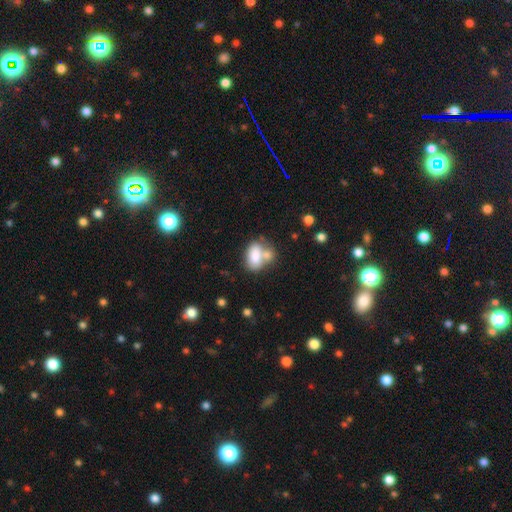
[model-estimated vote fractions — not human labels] Smooth or featured?
  - smooth: 78% *
  - featured or disk: 14%
  - star or artifact: 8%
How rounded?
  - in between: 87% *
  - round: 11%
  - cigar-shaped: 2%
Merging?
  - merger: 51% *
  - none: 30%
  - minor disturbance: 13%
  - major disturbance: 6%